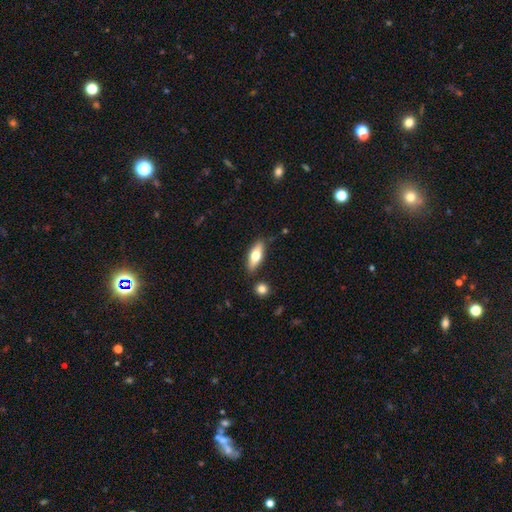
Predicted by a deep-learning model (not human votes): smooth 62%, featured or disk 32%, star or artifact 6%. Down the decision tree: how rounded — in between (61%); merging — none (83%).